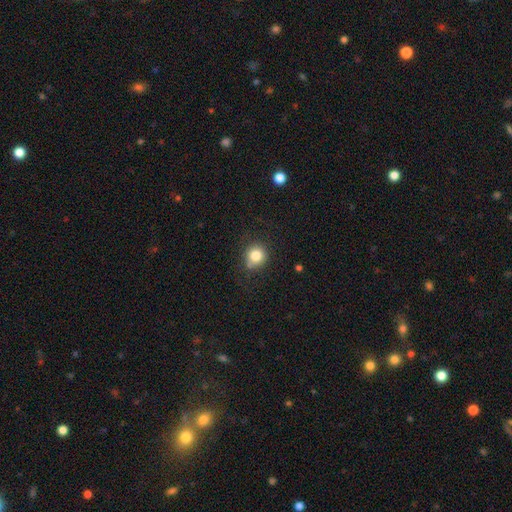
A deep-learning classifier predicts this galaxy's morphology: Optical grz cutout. It shows a smooth galaxy with no disk features (81%) that is round (89%). Merging: none (76%).